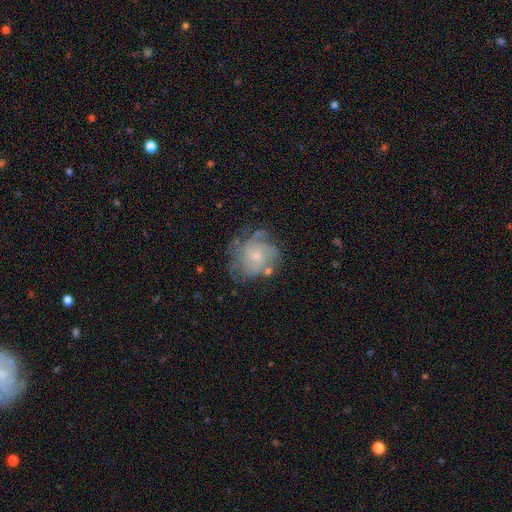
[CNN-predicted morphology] Q: Smooth or featured?
A: featured or disk (74%); runner-up: smooth (18%)
Q: Edge-on disk?
A: no (98%); runner-up: yes (2%)
Q: Bar?
A: no (72%); runner-up: weak (25%)
Q: Spiral arms?
A: yes (90%); runner-up: no (10%)
Q: Spiral winding?
A: tight (52%); runner-up: medium (36%)
Q: Spiral arm count?
A: can't tell (36%); runner-up: 3 (21%)
Q: Bulge size?
A: small (66%); runner-up: moderate (25%)
Q: Merging?
A: none (63%); runner-up: minor disturbance (21%)